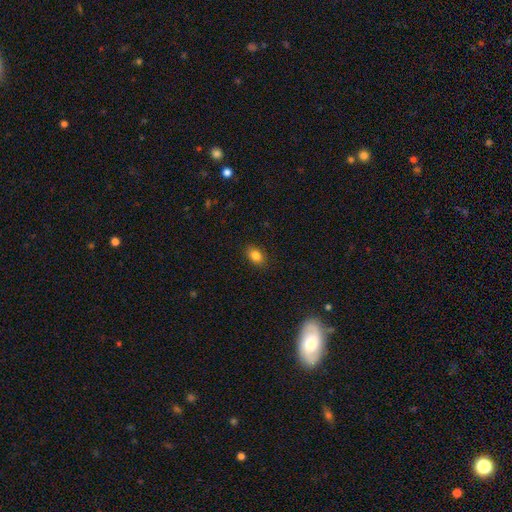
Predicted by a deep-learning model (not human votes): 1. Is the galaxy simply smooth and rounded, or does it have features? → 84% smooth, 10% star or artifact, 6% featured or disk.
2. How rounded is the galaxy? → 69% in between, 30% round, 1% cigar-shaped.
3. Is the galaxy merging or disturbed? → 87% none, 10% minor disturbance, 2% major disturbance, 1% merger.